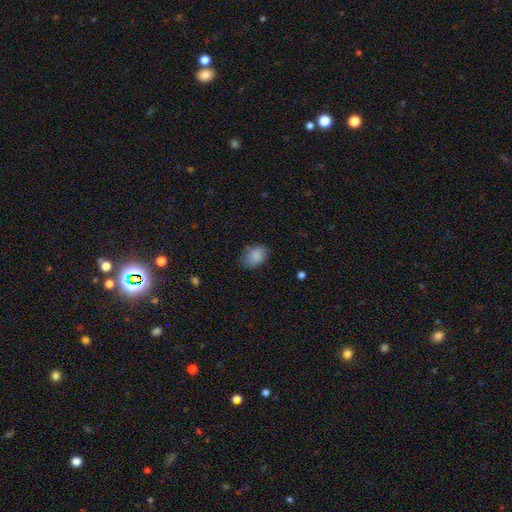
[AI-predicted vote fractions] A smooth galaxy with no disk features (87%) that is in between round and cigar-shaped (81%). Merging: none (76%).